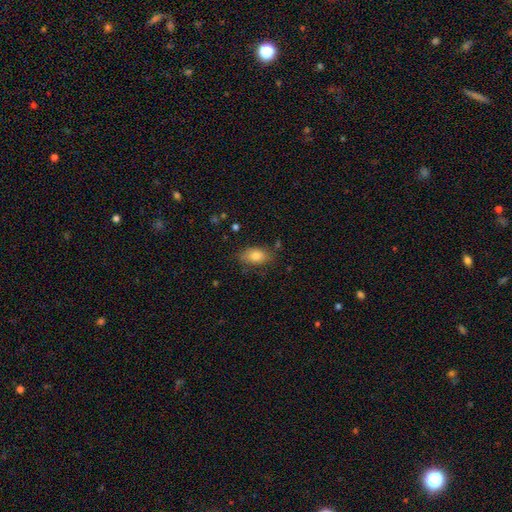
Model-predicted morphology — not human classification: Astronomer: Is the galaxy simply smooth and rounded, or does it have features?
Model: smooth — 80%.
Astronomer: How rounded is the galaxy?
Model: in between — 89%.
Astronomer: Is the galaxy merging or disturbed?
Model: none — 76%.